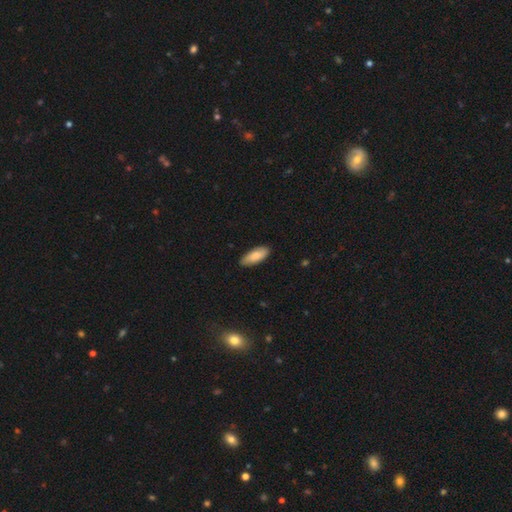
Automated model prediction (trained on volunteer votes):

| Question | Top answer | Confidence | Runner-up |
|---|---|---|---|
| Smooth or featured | smooth | 84% | featured or disk (11%) |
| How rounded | in between | 77% | cigar-shaped (22%) |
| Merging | none | 87% | minor disturbance (11%) |